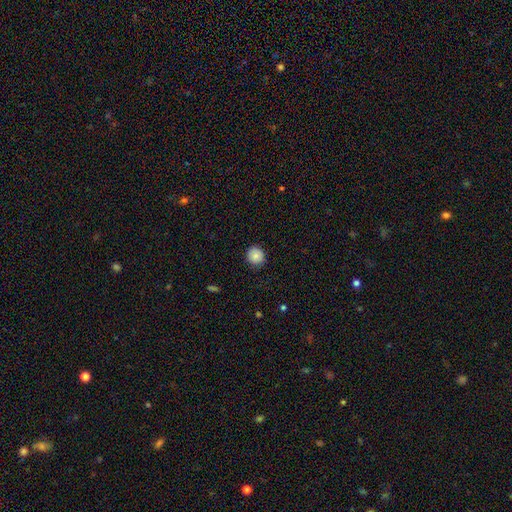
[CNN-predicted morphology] Q: Smooth or featured?
A: smooth (81%); runner-up: featured or disk (10%)
Q: How rounded?
A: round (91%); runner-up: in between (9%)
Q: Merging?
A: none (87%); runner-up: minor disturbance (10%)